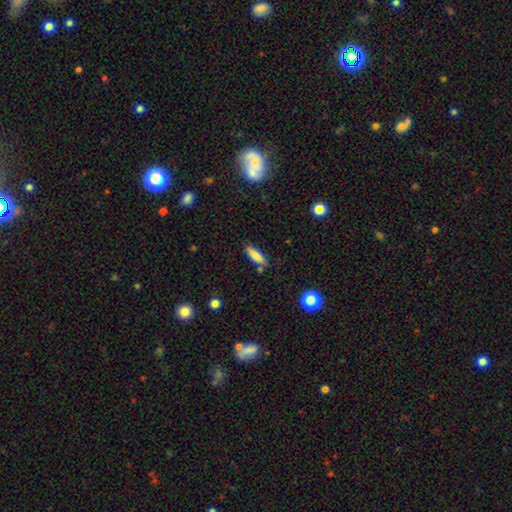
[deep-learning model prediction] Overall: smooth (80%). How rounded: cigar-shaped (61%; in between 37%). Merging: none (79%).